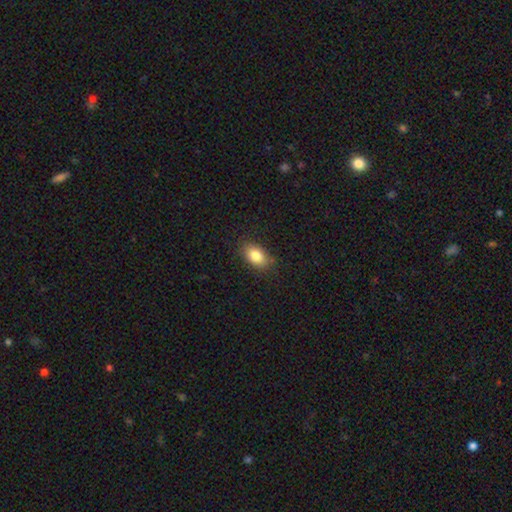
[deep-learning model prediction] Smooth or featured: smooth — 84% (star or artifact — 8%)
How rounded: in between — 88% (round — 10%)
Merging: none — 84% (minor disturbance — 12%)